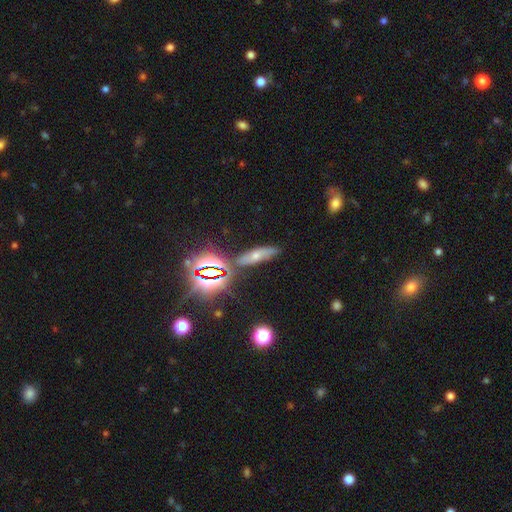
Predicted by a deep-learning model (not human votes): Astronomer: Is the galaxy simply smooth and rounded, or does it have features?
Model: star or artifact — 38% (runner-up: smooth, 35%).